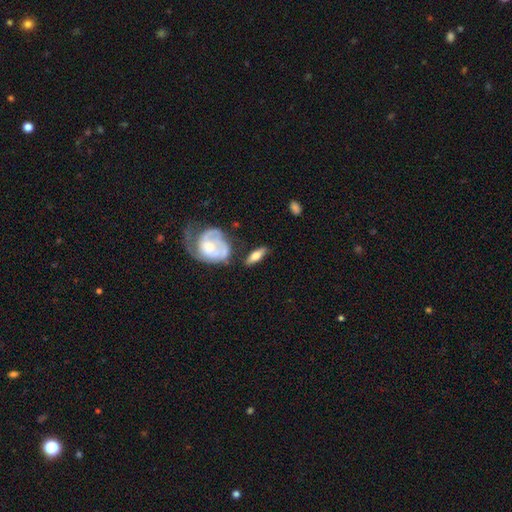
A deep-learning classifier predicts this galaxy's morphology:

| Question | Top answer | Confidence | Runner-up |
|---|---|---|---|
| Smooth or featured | smooth | 47% | tied: featured or disk (47%) |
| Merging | none | 71% | minor disturbance (16%) |